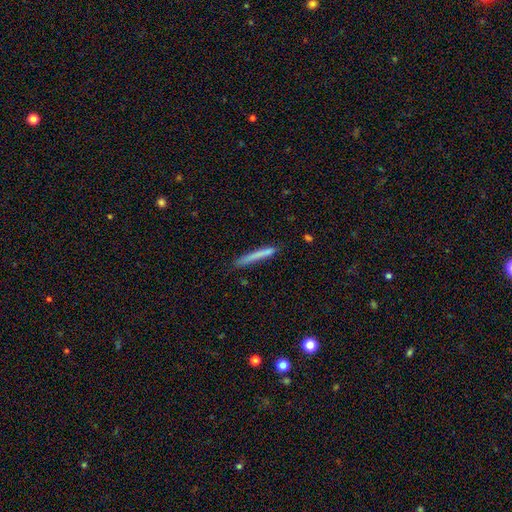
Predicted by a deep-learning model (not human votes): Q: Smooth or featured?
A: smooth (72%); runner-up: featured or disk (21%)
Q: How rounded?
A: cigar-shaped (96%); runner-up: in between (2%)
Q: Merging?
A: none (83%); runner-up: minor disturbance (12%)